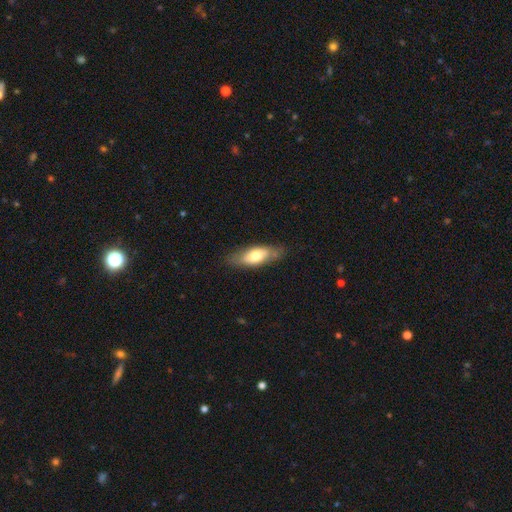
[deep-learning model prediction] Morphology: type=smooth (64%); roundness=in between (71%); merging=none (73%).